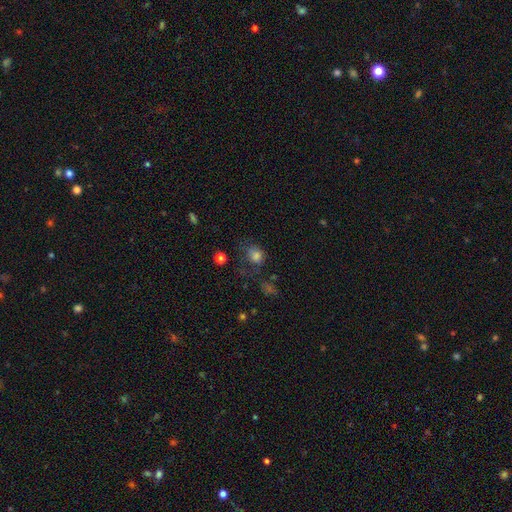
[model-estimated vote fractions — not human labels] Q: Smooth or featured?
A: smooth (73%); runner-up: star or artifact (16%)
Q: How rounded?
A: round (58%); runner-up: in between (41%)
Q: Merging?
A: none (47%); runner-up: minor disturbance (24%)